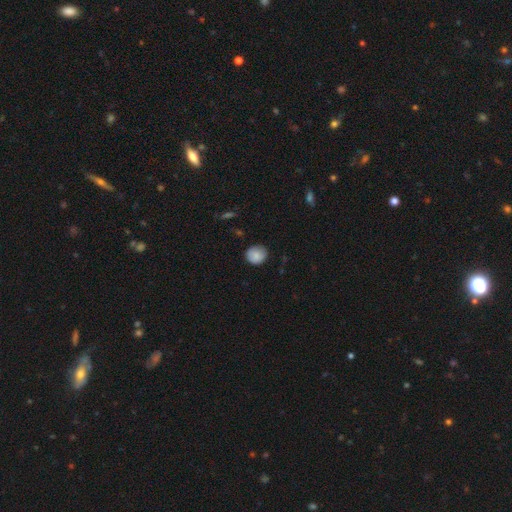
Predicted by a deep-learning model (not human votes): Smooth or featured: smooth — 85% (featured or disk — 8%)
How rounded: round — 84% (in between — 15%)
Merging: none — 79% (minor disturbance — 17%)